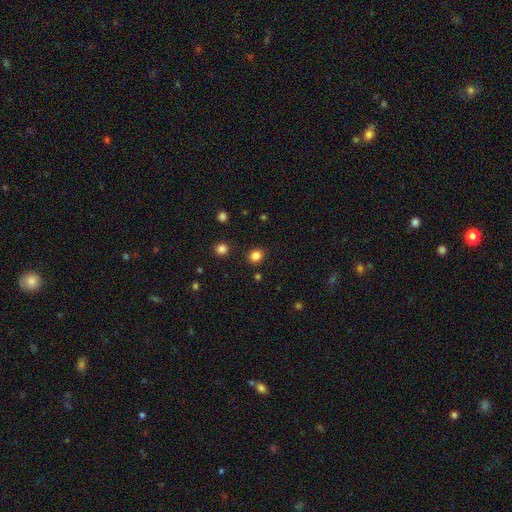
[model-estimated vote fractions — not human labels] Q: Smooth or featured?
A: smooth (83%); runner-up: star or artifact (13%)
Q: How rounded?
A: round (76%); runner-up: in between (23%)
Q: Merging?
A: none (88%); runner-up: minor disturbance (7%)